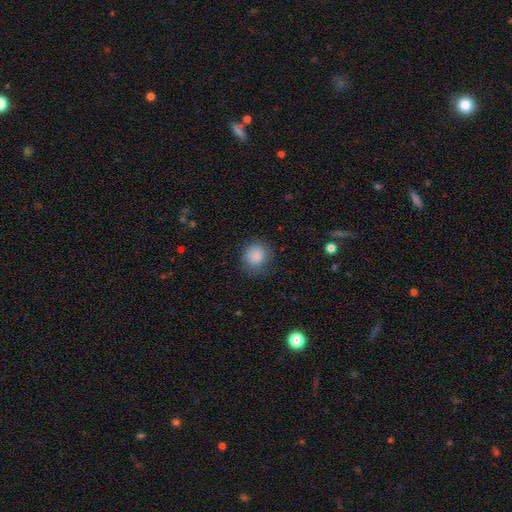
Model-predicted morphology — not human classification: This appears to be a smooth galaxy with no disk features (87%) that is round (82%). Merging: none (76%).